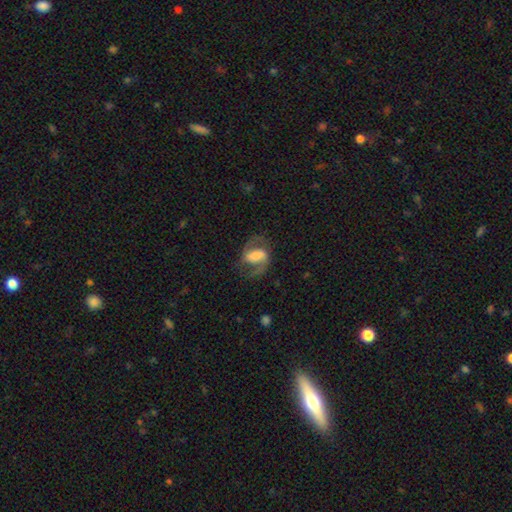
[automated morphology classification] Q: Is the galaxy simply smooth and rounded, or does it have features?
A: featured or disk — 74%.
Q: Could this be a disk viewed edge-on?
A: no — 97%.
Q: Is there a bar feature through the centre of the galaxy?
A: strong — 42%.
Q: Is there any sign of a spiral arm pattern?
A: yes — 92%.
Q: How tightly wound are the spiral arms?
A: medium — 55%.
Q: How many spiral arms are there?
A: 2 — 90%.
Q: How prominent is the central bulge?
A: large — 29%.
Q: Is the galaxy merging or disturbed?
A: none — 68%.